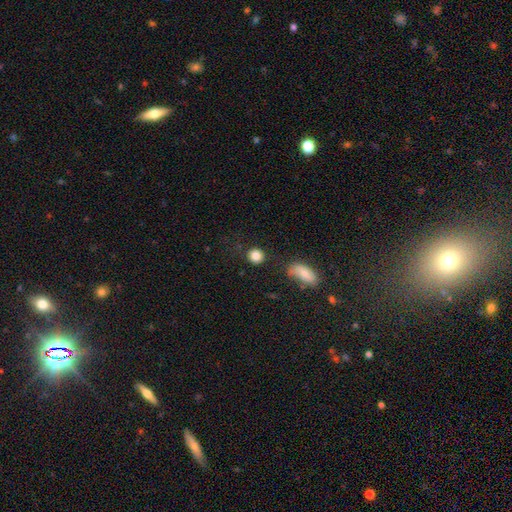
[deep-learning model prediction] smooth-or-featured: smooth: 86% | star or artifact: 9% | featured or disk: 5%
  how-rounded: round: 86% | in between: 13% | cigar-shaped: 2%
  merging: none: 82% | minor disturbance: 9% | merger: 5% | major disturbance: 4%